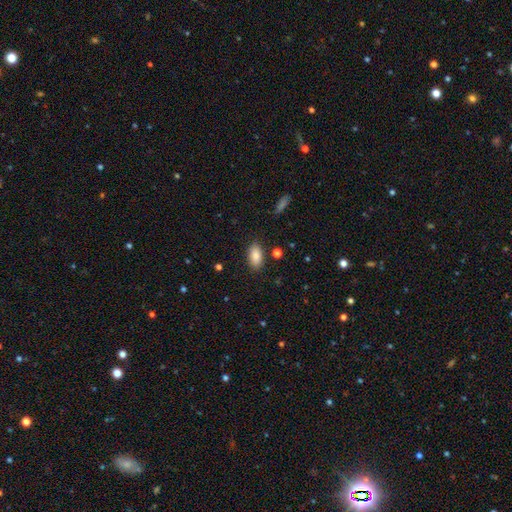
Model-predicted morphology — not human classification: Smooth or featured? smooth (86%)
How rounded? in between (92%)
Merging? none (85%)